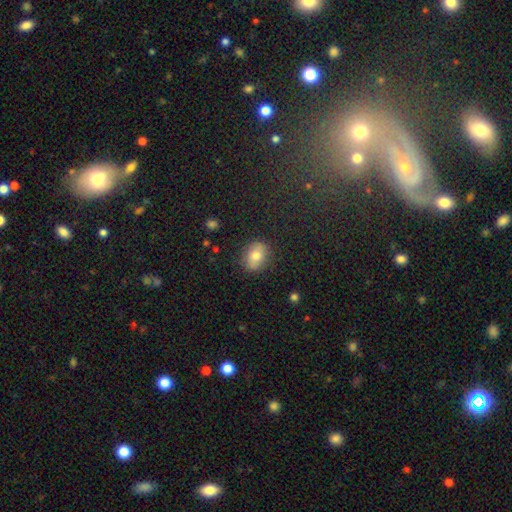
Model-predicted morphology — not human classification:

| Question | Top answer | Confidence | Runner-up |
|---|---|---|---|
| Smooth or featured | smooth | 72% | featured or disk (17%) |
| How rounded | in between | 64% | round (34%) |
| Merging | none | 83% | minor disturbance (13%) |